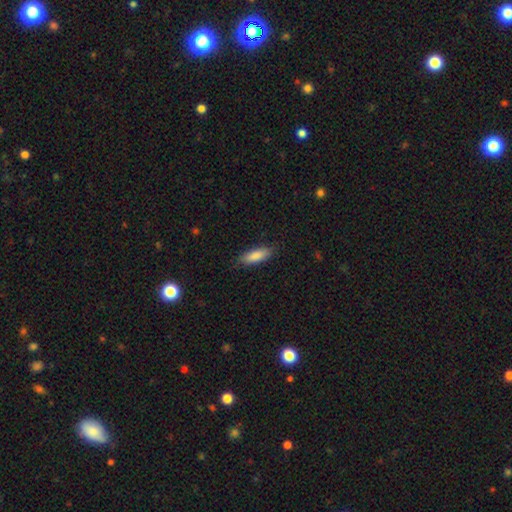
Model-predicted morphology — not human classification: A smooth galaxy with no disk features (86%) that is in between round and cigar-shaped (57%).

Vote fractions:
- Smooth or featured? smooth: 86% / featured or disk: 8% / star or artifact: 6%
- How rounded? in between: 57% / cigar-shaped: 41% / round: 2%
- Merging? none: 84% / minor disturbance: 13% / major disturbance: 3% / merger: 1%